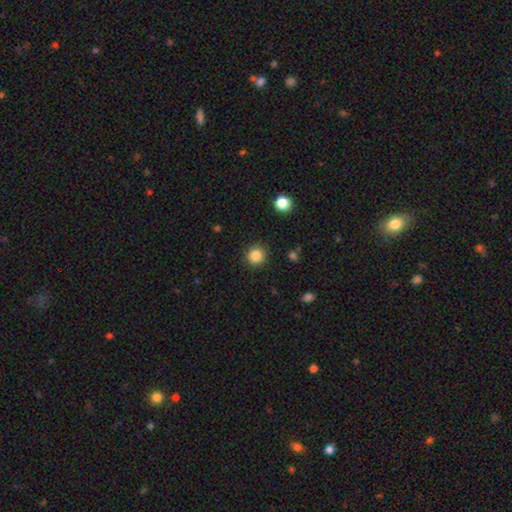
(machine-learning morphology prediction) type=smooth (84%); roundness=round (94%); merging=none (91%).